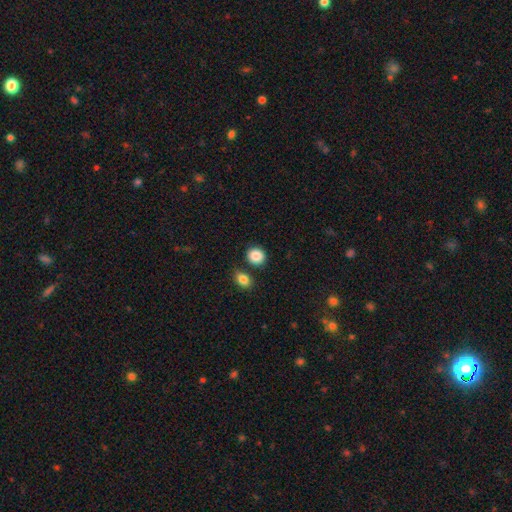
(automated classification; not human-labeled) A smooth galaxy with no disk features (87%) that is round (83%). Merging: none (78%).